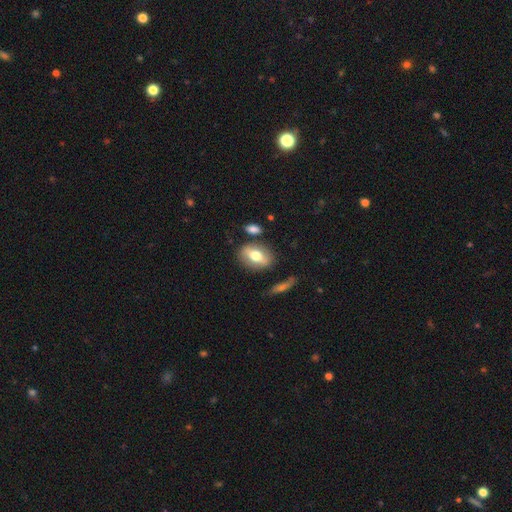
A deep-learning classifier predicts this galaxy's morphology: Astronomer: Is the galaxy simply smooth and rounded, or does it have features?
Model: smooth — 59%.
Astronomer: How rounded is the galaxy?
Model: in between — 78%.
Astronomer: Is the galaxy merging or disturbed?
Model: none — 76%.